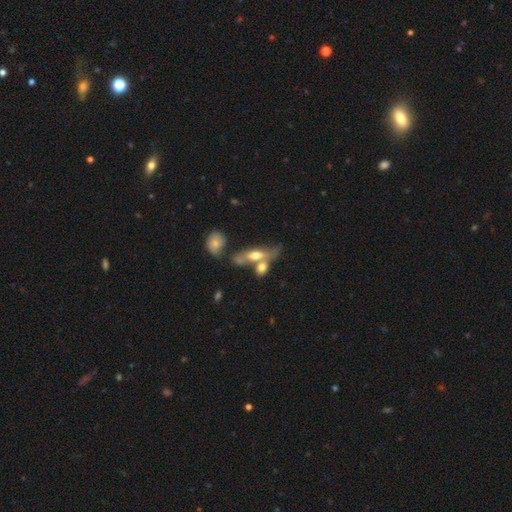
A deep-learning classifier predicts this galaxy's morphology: Smooth or featured: smooth — 49% (featured or disk — 42%)
Merging: merger — 43% (none — 35%)